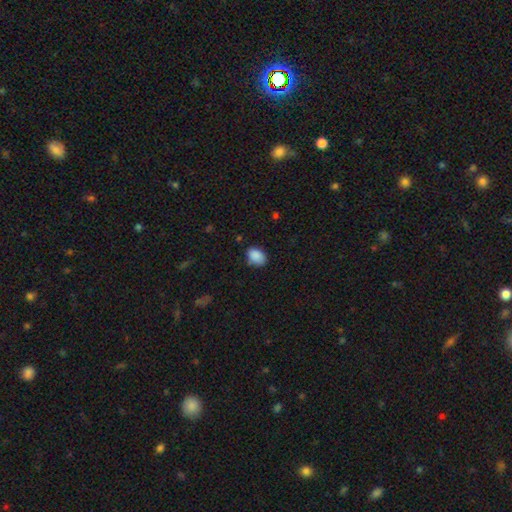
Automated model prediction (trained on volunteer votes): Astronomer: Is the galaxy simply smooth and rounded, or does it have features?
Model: smooth — 88%.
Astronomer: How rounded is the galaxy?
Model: in between — 78%.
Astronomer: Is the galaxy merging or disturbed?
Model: none — 73%.